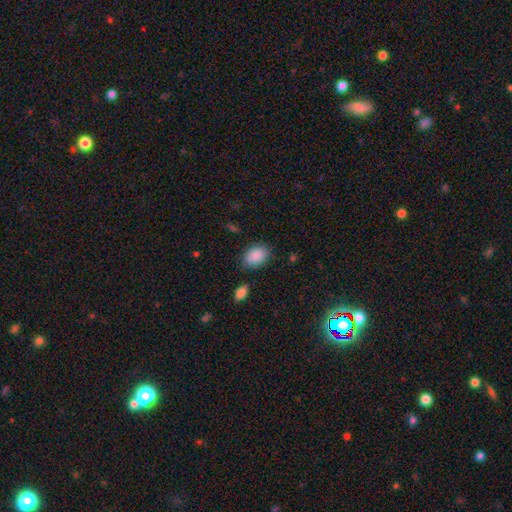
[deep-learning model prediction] Overall: smooth (89%). How rounded: in between (83%). Merging: none (80%).